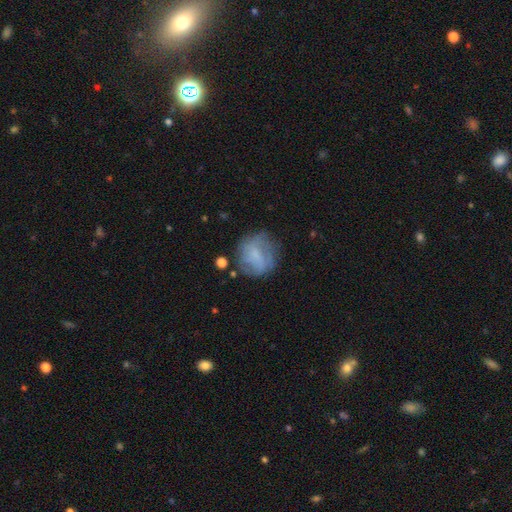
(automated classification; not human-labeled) This is possibly a smooth galaxy (53%). How rounded: likely round (79%). Merging: likely none (62%).